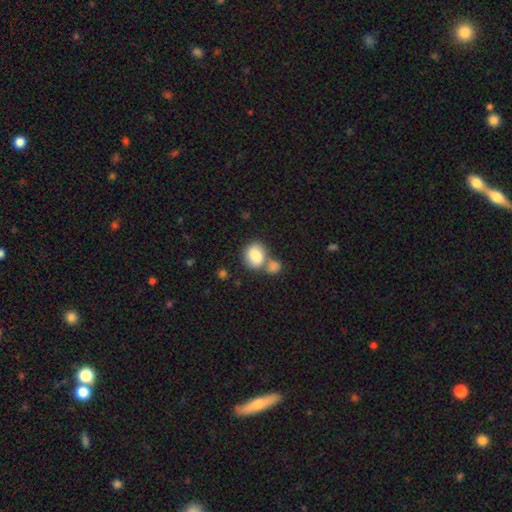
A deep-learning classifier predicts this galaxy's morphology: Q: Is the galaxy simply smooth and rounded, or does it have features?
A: smooth — 80%.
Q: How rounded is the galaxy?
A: round — 53%.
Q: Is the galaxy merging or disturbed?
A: merger — 42%.